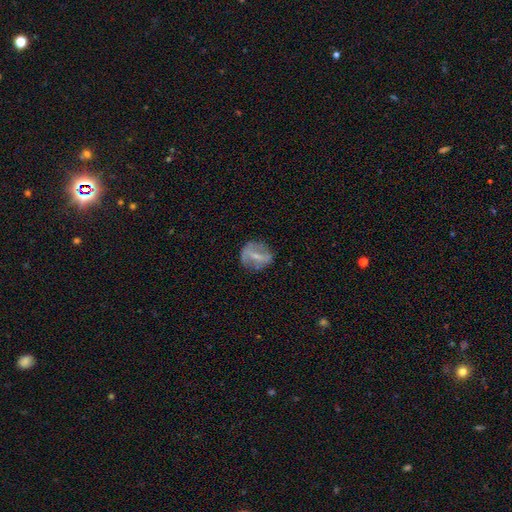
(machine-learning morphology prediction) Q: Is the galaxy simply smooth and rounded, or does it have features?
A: featured or disk — 55%.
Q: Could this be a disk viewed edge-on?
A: no — 91%.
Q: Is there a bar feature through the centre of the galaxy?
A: strong — 49%.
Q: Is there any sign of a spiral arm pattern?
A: no — 61%.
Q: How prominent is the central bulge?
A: small — 54%.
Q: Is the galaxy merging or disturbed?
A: none — 70%.